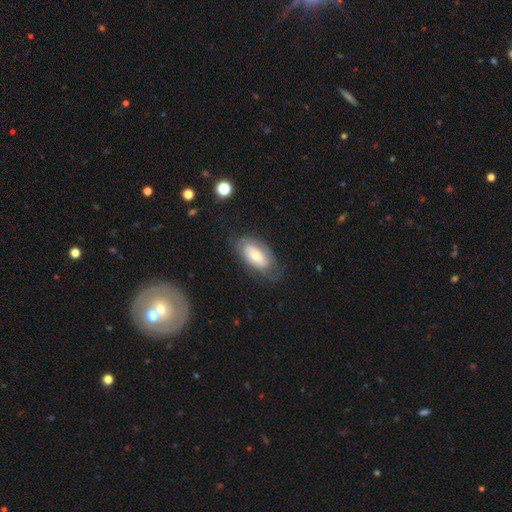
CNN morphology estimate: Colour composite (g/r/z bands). It shows a featured or disk galaxy (52%). Merging: none (68%).